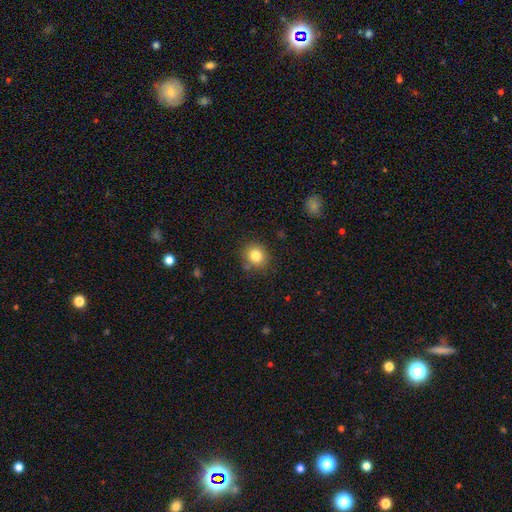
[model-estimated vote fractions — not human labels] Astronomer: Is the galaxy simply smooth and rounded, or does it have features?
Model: smooth — 82%.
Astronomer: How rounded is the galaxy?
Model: round — 83%.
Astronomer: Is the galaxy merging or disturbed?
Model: none — 83%.